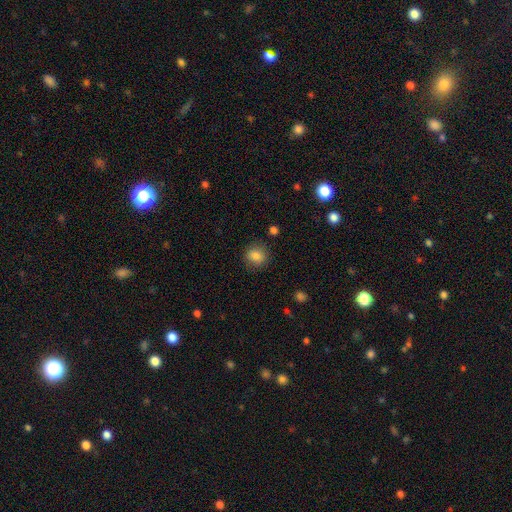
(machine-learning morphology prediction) Q: Smooth or featured?
A: smooth (85%); runner-up: star or artifact (10%)
Q: How rounded?
A: round (75%); runner-up: in between (24%)
Q: Merging?
A: none (85%); runner-up: minor disturbance (10%)